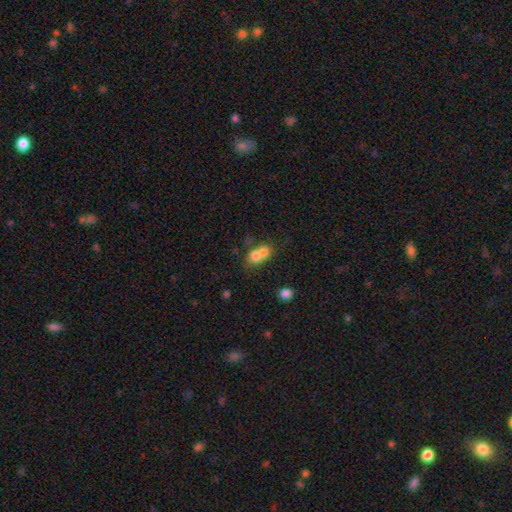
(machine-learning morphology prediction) Q: Smooth or featured?
A: smooth (72%); runner-up: featured or disk (17%)
Q: How rounded?
A: round (64%); runner-up: in between (35%)
Q: Merging?
A: merger (69%); runner-up: none (22%)